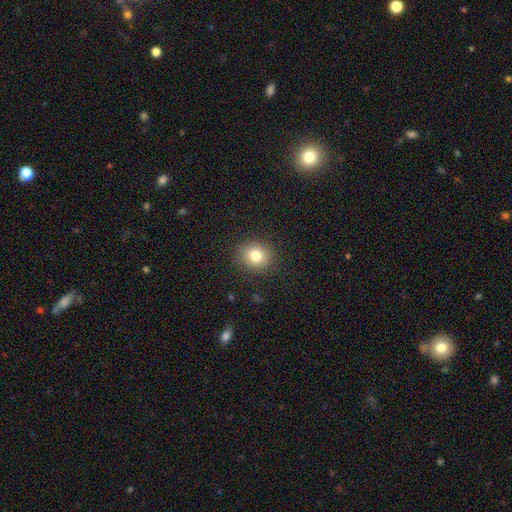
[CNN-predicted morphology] smooth 81%, star or artifact 11%, featured or disk 8%. Down the decision tree: how rounded — round (78%); merging — none (89%).